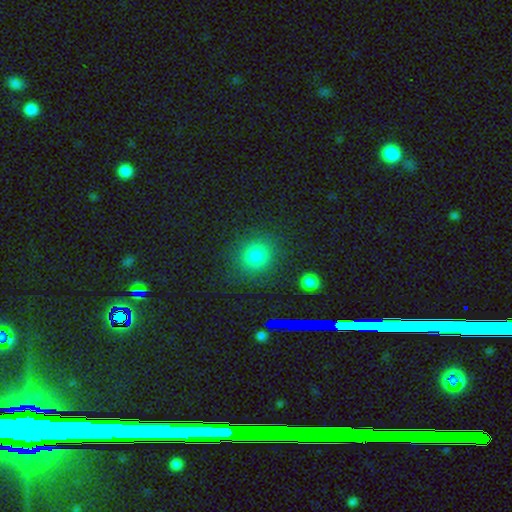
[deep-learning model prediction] Smooth or featured? Predicted: smooth (p=0.78). How rounded? Predicted: round (p=0.83). Merging? Predicted: none (p=0.86).